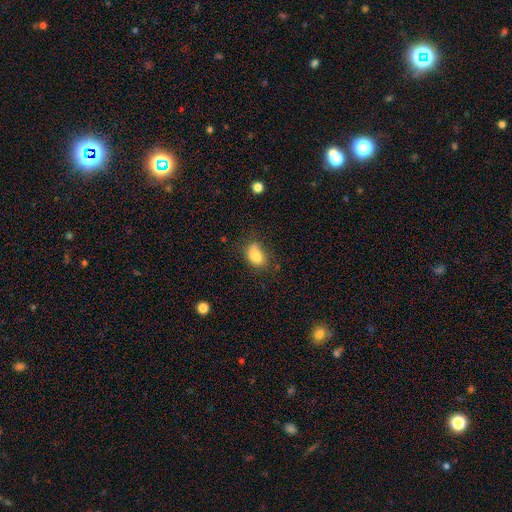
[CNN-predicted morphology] smooth-or-featured: smooth: 81% | star or artifact: 10% | featured or disk: 9%
  how-rounded: in between: 82% | round: 16% | cigar-shaped: 2%
  merging: none: 55% | minor disturbance: 27% | major disturbance: 10% | merger: 8%